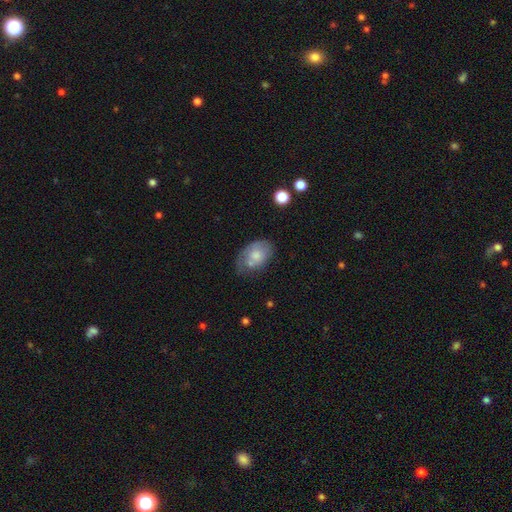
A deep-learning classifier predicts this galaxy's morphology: Overall: smooth (68%). How rounded: in between (87%). Merging: none (41%; minor disturbance 33%).